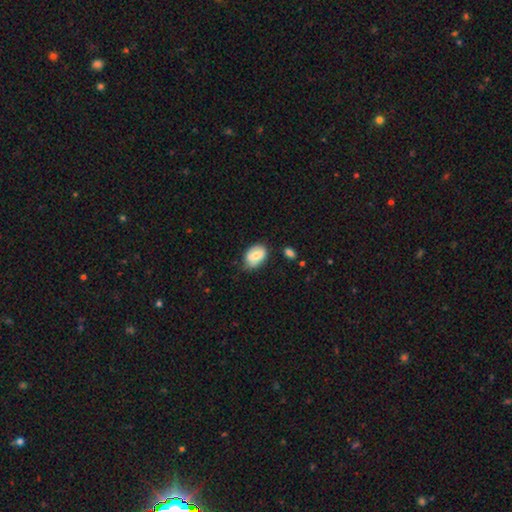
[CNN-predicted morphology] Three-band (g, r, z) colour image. It shows a smooth galaxy with no disk features (71%) that is in between round and cigar-shaped (83%). Merging: none (63%).